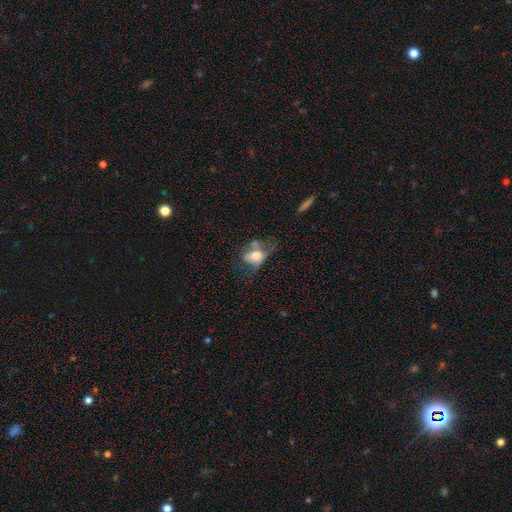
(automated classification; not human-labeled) Overall: smooth (58%; featured or disk 33%). How rounded: in between (65%; round 33%). Merging: major disturbance (31%; none 27%).